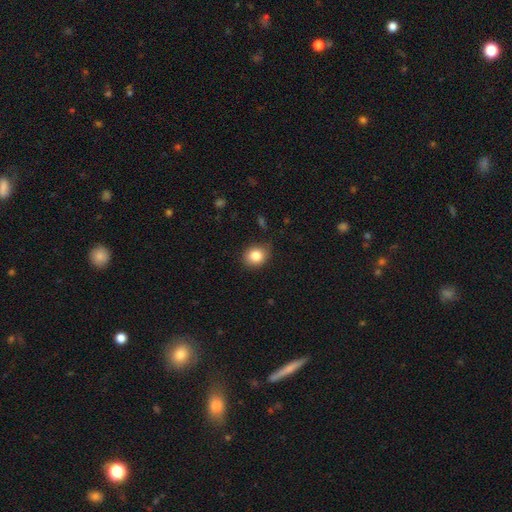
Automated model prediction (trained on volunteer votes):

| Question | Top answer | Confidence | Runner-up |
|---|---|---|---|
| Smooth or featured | smooth | 83% | star or artifact (9%) |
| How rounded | round | 61% | in between (38%) |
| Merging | none | 79% | minor disturbance (17%) |